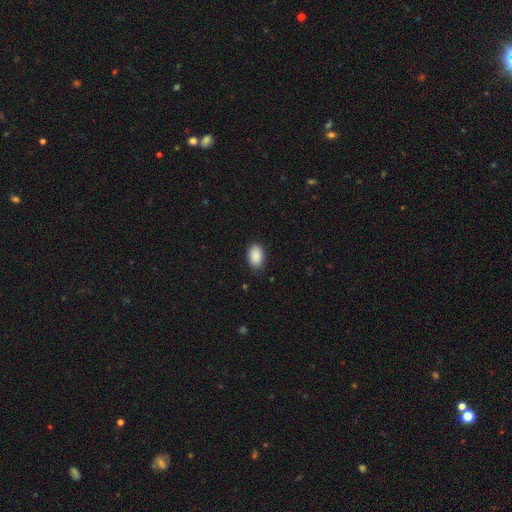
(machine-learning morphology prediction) The model was most divided on "merging": none: 87%, minor disturbance: 10%, major disturbance: 2%, merger: 1%. More confident: smooth or featured — smooth (90%); how rounded — in between (89%).